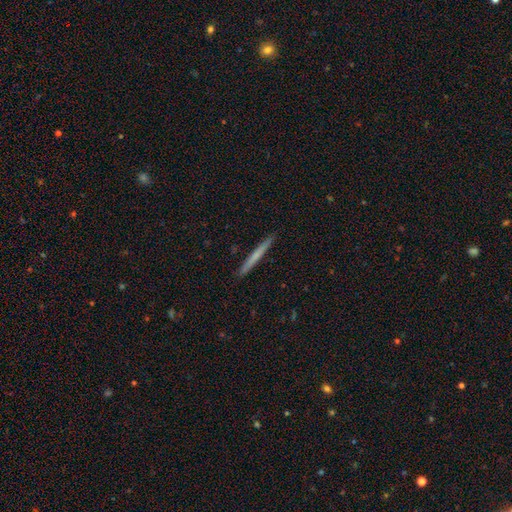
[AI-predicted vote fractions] A smooth galaxy with no disk features (57%) that is cigar-shaped (97%). Merging: none (93%).